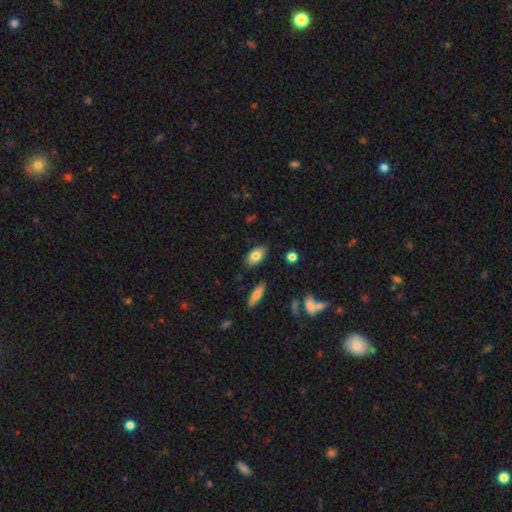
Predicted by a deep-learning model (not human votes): Q: Smooth or featured?
A: smooth (81%); runner-up: featured or disk (12%)
Q: How rounded?
A: in between (90%); runner-up: round (6%)
Q: Merging?
A: none (83%); runner-up: minor disturbance (12%)